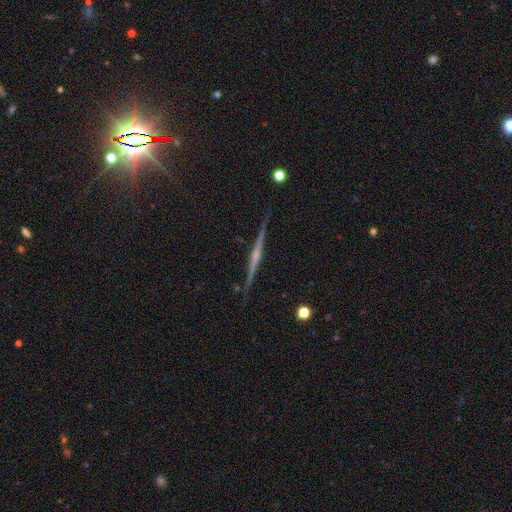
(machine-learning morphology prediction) This is clearly a featured or disk galaxy (82%). It is clearly viewed edge-on (98%). Edge-on bulge: likely rounded (68%). Merging: clearly none (90%).